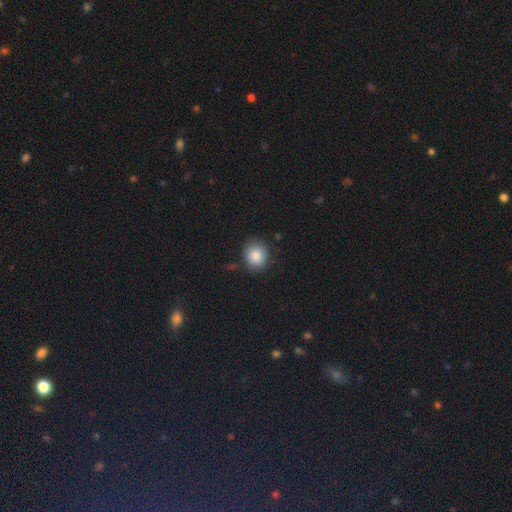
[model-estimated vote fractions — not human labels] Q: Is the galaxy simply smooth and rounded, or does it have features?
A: smooth — 86%.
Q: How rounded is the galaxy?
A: round — 79%.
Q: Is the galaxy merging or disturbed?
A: none — 82%.